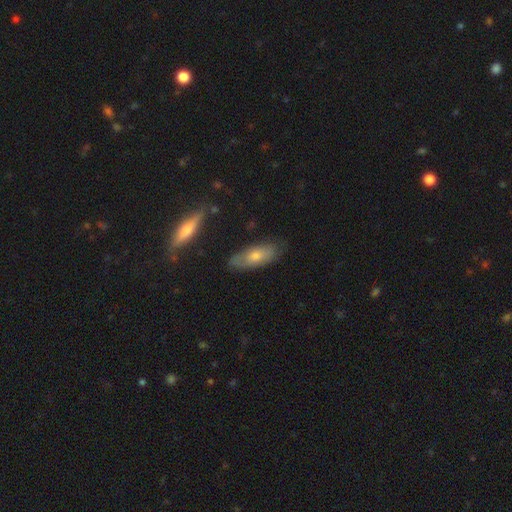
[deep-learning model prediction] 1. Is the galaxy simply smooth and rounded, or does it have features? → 60% smooth, 33% featured or disk, 7% star or artifact.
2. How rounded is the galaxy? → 70% in between, 28% cigar-shaped, 3% round.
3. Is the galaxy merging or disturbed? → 74% none, 19% minor disturbance, 4% major disturbance, 2% merger.